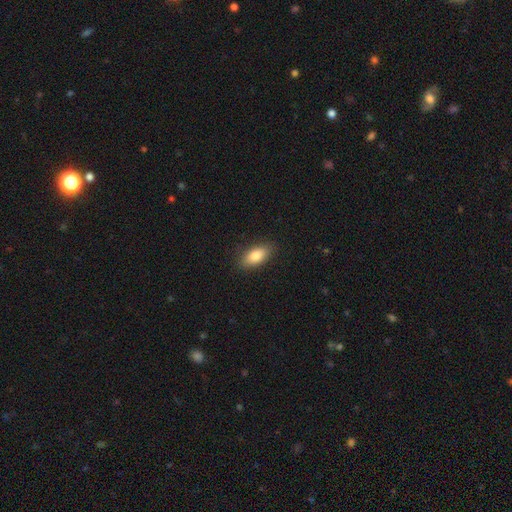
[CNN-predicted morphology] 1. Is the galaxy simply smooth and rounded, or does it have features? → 82% smooth, 11% featured or disk, 7% star or artifact.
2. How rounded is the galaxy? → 87% in between, 9% cigar-shaped, 4% round.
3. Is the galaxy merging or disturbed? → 87% none, 10% minor disturbance, 2% major disturbance, 1% merger.